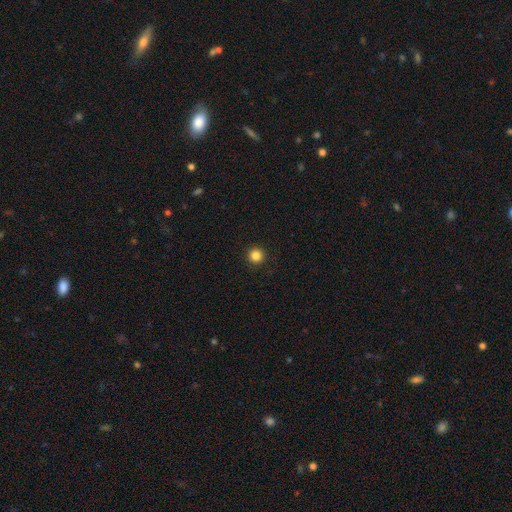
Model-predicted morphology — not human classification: smooth 85%, star or artifact 12%, featured or disk 4%. Down the decision tree: how rounded — round (96%); merging — none (93%).